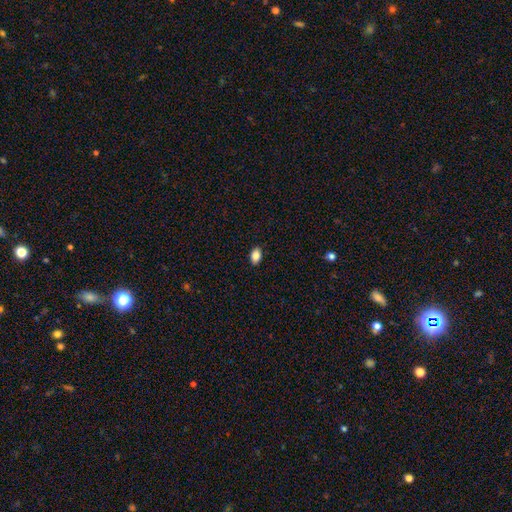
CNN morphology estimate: smooth 85%, star or artifact 8%, featured or disk 7%. Down the decision tree: how rounded — in between (88%); merging — none (89%).